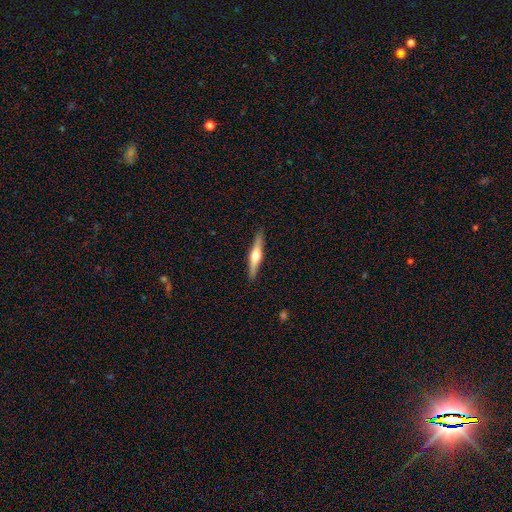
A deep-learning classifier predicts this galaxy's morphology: Smooth or featured?
  - featured or disk: 66% *
  - smooth: 29%
  - star or artifact: 5%
Edge-on disk?
  - yes: 97% *
  - no: 3%
Edge-on bulge?
  - rounded: 93% *
  - boxy: 4%
  - none: 3%
Merging?
  - none: 91% *
  - minor disturbance: 7%
  - major disturbance: 1%
  - merger: 1%